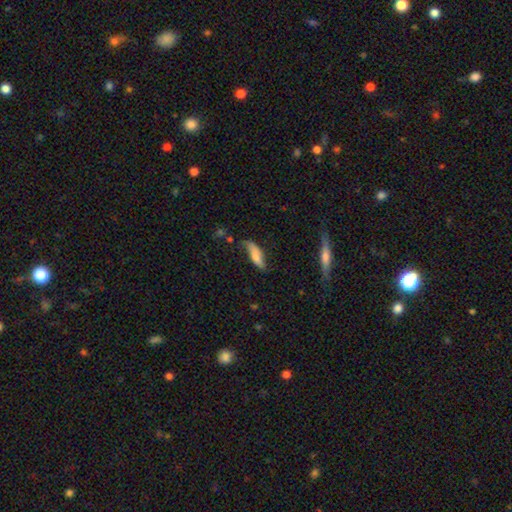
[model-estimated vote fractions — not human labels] The model was most divided on "how rounded": in between: 52%, cigar-shaped: 46%, round: 2%. Remaining: smooth or featured — smooth (65%); merging — none (48%).